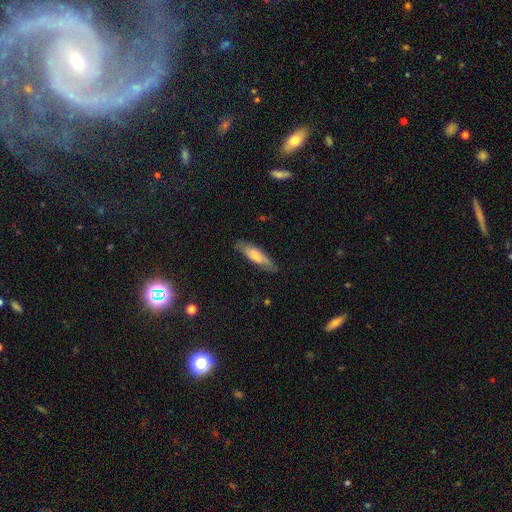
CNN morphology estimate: type=smooth (65%); roundness=cigar-shaped (59%); merging=none (77%).